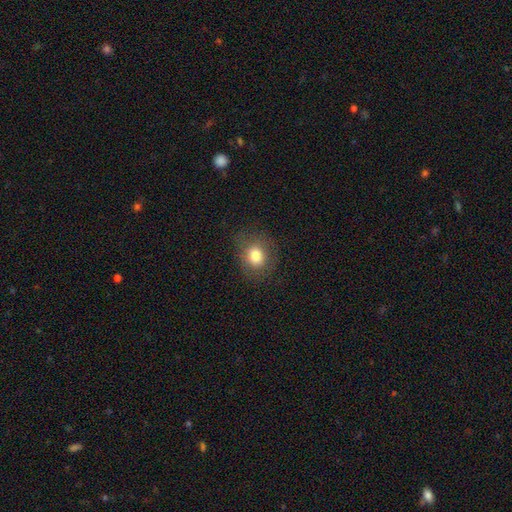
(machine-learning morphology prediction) Q: Smooth or featured?
A: smooth (77%); runner-up: featured or disk (11%)
Q: How rounded?
A: round (67%); runner-up: in between (32%)
Q: Merging?
A: none (80%); runner-up: minor disturbance (14%)